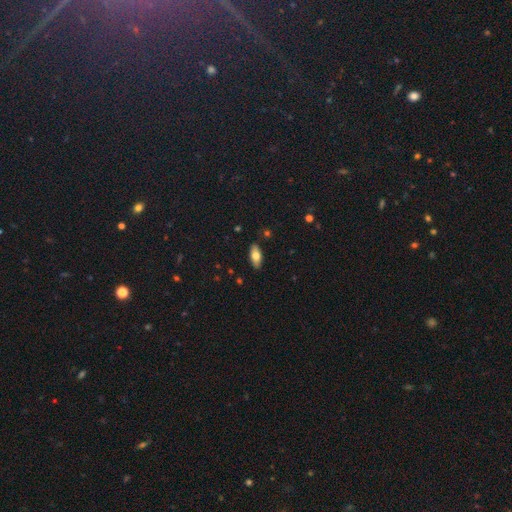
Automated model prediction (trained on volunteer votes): Smooth or featured? Predicted: smooth (p=0.73). How rounded? Predicted: in between (p=0.85). Merging? Predicted: none (p=0.87).